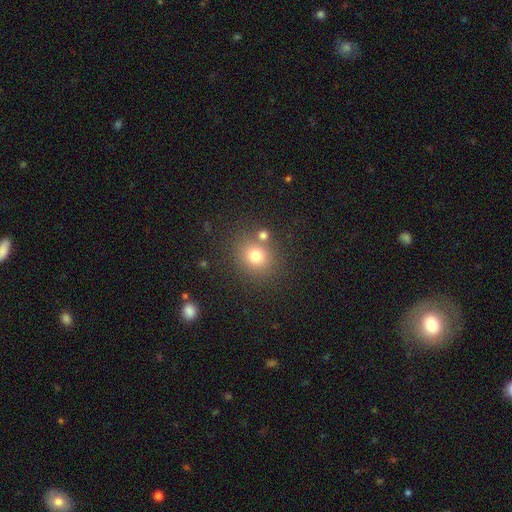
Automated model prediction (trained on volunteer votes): smooth 75%, star or artifact 15%, featured or disk 9%. Down the decision tree: how rounded — round (80%); merging — none (73%).